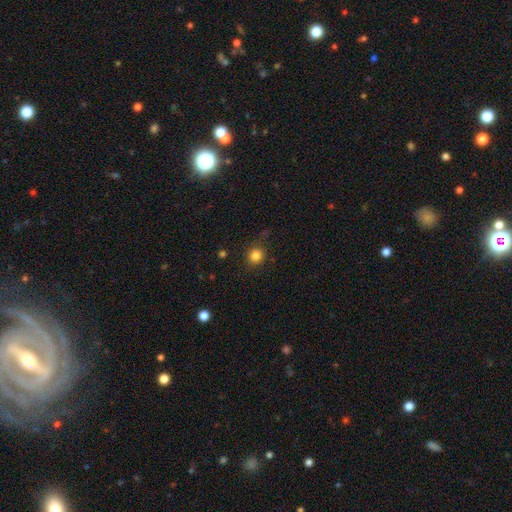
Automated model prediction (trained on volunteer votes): A smooth galaxy with no disk features (83%) that is round (87%).

Vote fractions:
- Smooth or featured? smooth: 83% / star or artifact: 12% / featured or disk: 5%
- How rounded? round: 87% / in between: 12% / cigar-shaped: 1%
- Merging? none: 84% / minor disturbance: 11% / major disturbance: 3% / merger: 2%